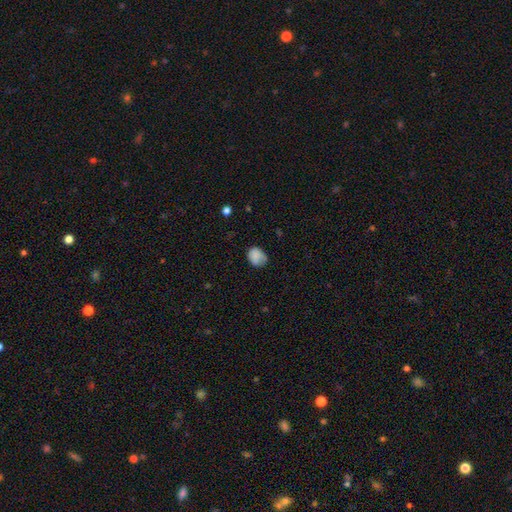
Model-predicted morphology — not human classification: This is clearly a smooth galaxy (80%). How rounded: possibly in between (55%). Merging: possibly none (54%).